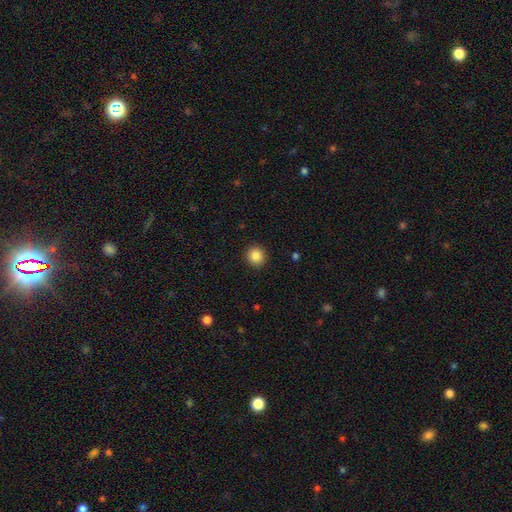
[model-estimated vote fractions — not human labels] smooth-or-featured: smooth: 87% | star or artifact: 10% | featured or disk: 4%
  how-rounded: round: 92% | in between: 7% | cigar-shaped: 1%
  merging: none: 92% | minor disturbance: 5% | major disturbance: 2% | merger: 1%